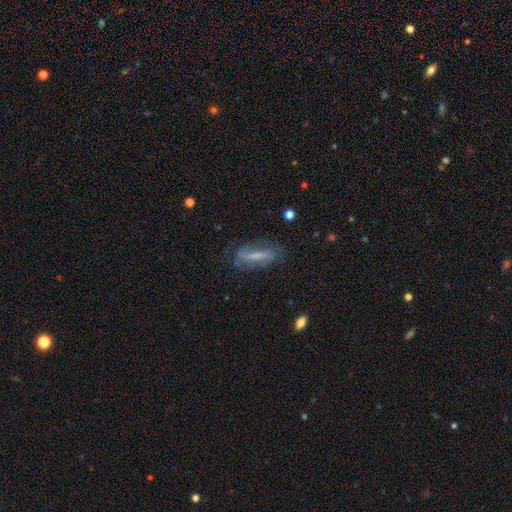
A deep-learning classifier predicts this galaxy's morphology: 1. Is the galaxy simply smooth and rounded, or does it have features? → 66% featured or disk, 25% smooth, 9% star or artifact.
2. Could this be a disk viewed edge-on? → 78% no, 22% yes.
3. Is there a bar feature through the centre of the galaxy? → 56% strong, 29% weak, 15% no.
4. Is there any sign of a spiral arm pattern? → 79% yes, 21% no.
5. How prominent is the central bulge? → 47% small, 25% moderate, 23% none, 4% large, 2% dominant.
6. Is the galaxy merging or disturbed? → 69% none, 19% minor disturbance, 10% major disturbance, 2% merger.